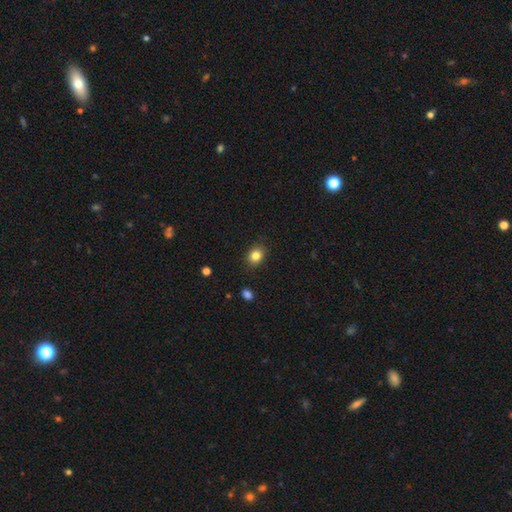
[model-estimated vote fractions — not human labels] smooth_or_featured: smooth (p=0.83) [alt: star or artifact p=0.11]
how_rounded: in between (p=0.51) [alt: round p=0.48]
merging: none (p=0.88) [alt: minor disturbance p=0.09]